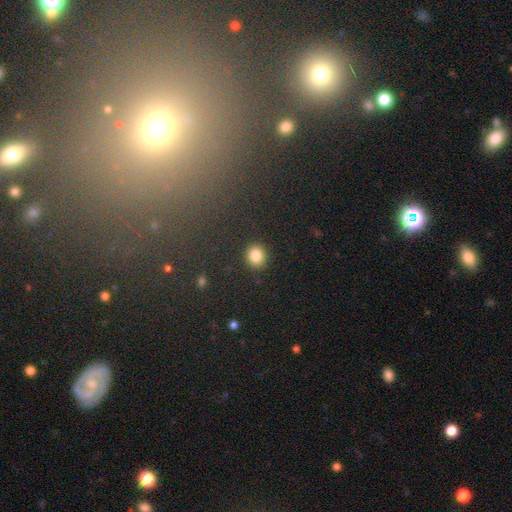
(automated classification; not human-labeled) This is clearly a smooth galaxy (85%). How rounded: clearly round (84%). Merging: clearly none (90%).